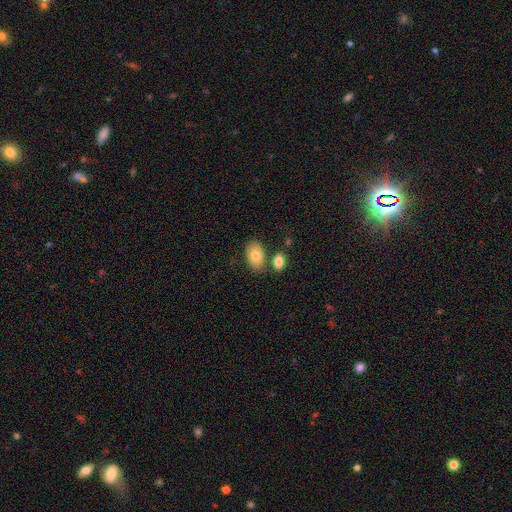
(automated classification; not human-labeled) This is likely a smooth galaxy (79%). How rounded: clearly in between (90%). Merging: likely none (68%).